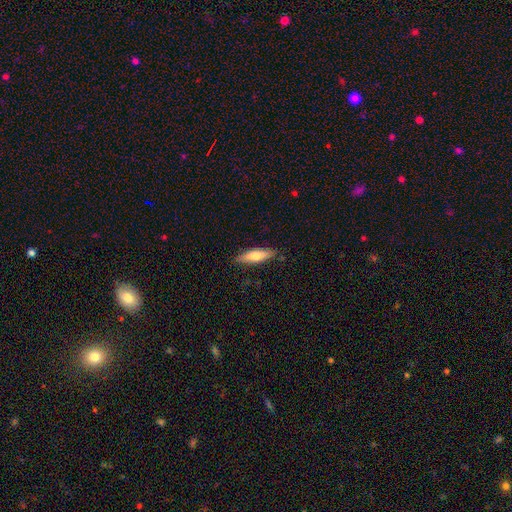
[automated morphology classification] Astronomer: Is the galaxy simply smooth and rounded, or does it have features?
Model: smooth — 65%.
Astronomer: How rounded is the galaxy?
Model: cigar-shaped — 65%.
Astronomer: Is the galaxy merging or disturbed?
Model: none — 86%.